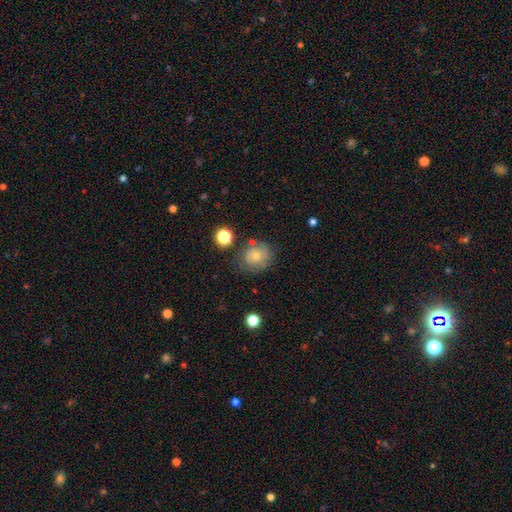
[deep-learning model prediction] smooth 57%, featured or disk 32%, star or artifact 11%. Down the decision tree: how rounded — round (81%); merging — none (64%).